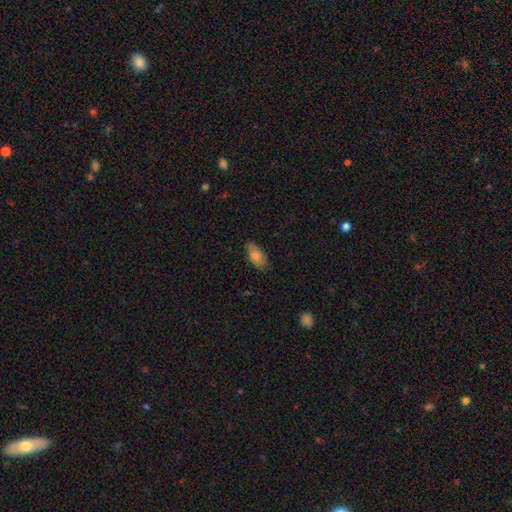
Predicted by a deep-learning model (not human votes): Overall: smooth (74%). How rounded: in between (90%). Merging: none (78%).